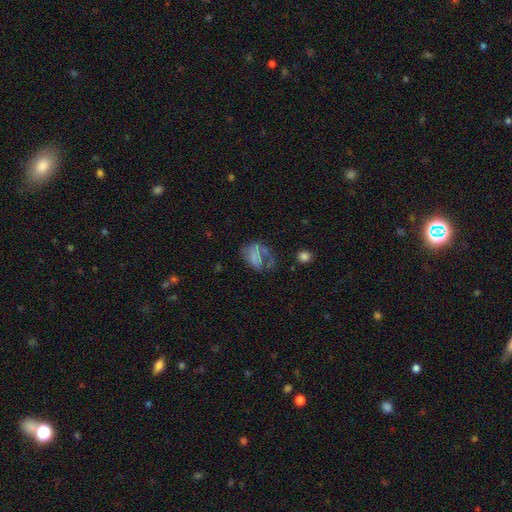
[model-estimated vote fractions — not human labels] smooth-or-featured: smooth: 48% | featured or disk: 39% | star or artifact: 13%
  merging: major disturbance: 45% | none: 27% | minor disturbance: 21% | merger: 8%